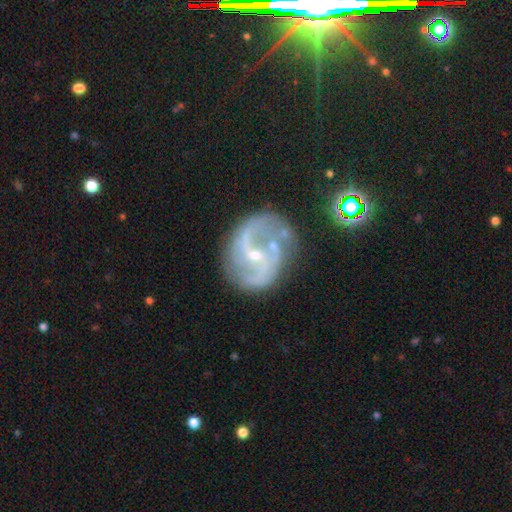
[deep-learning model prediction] The model was most divided on "bar": weak: 45%, no: 30%, strong: 24%. More confident: edge-on disk — no (98%); spiral arms — yes (95%); smooth or featured — featured or disk (87%); spiral arm count — 2 (84%); bulge size — small (70%); merging — none (61%); spiral winding — medium (50%).